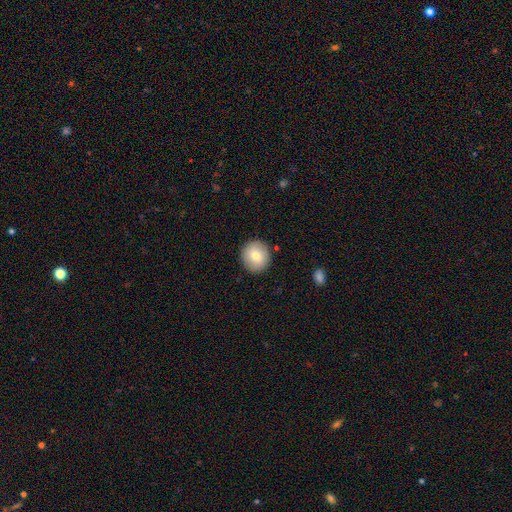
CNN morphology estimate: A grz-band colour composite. It shows a smooth galaxy with no disk features (76%) that is round (89%). Merging: none (89%).